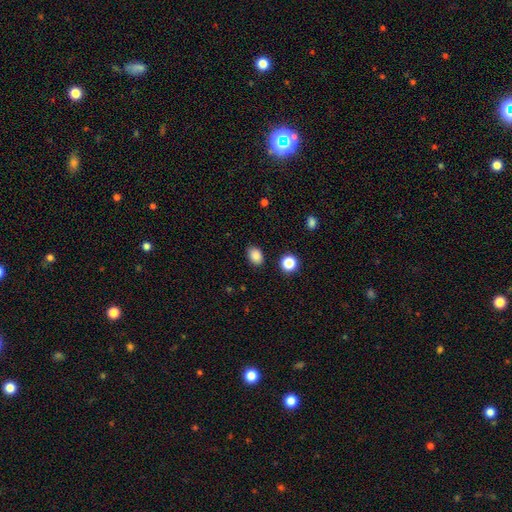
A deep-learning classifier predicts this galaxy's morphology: Smooth or featured?
  - smooth: 85% *
  - star or artifact: 11%
  - featured or disk: 4%
How rounded?
  - in between: 68% *
  - round: 31%
  - cigar-shaped: 1%
Merging?
  - none: 84% *
  - minor disturbance: 11%
  - major disturbance: 3%
  - merger: 2%